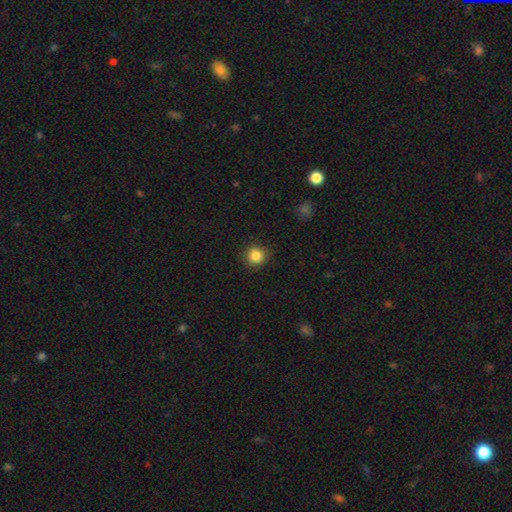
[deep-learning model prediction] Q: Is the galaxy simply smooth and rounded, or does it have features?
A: smooth — 85%.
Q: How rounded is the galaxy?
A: round — 92%.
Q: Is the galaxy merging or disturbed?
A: none — 89%.